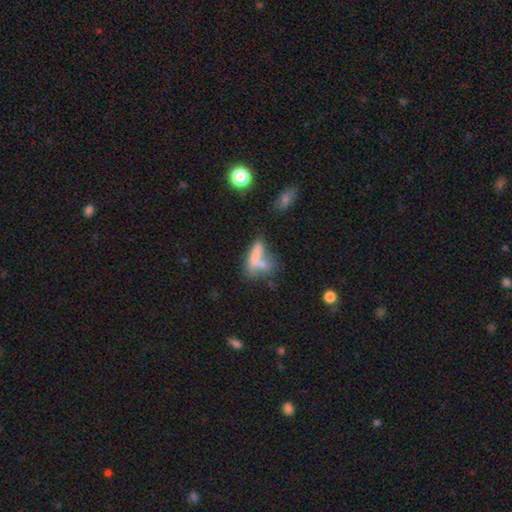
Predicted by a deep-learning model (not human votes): Q: Smooth or featured?
A: smooth (64%); runner-up: featured or disk (24%)
Q: How rounded?
A: cigar-shaped (49%); runner-up: in between (44%)
Q: Merging?
A: merger (42%); runner-up: none (32%)